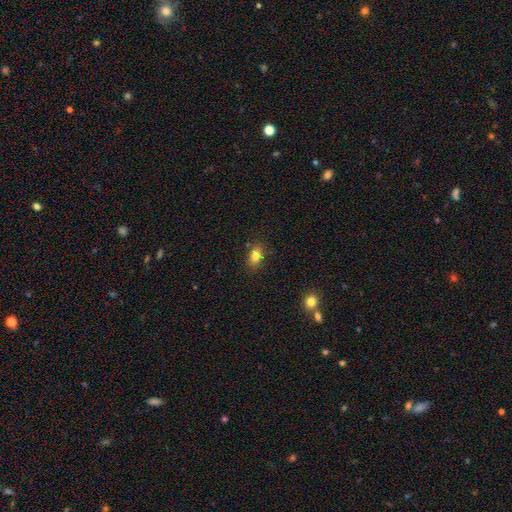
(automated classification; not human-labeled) Smooth or featured? smooth (81%)
How rounded? in between (79%)
Merging? none (78%)